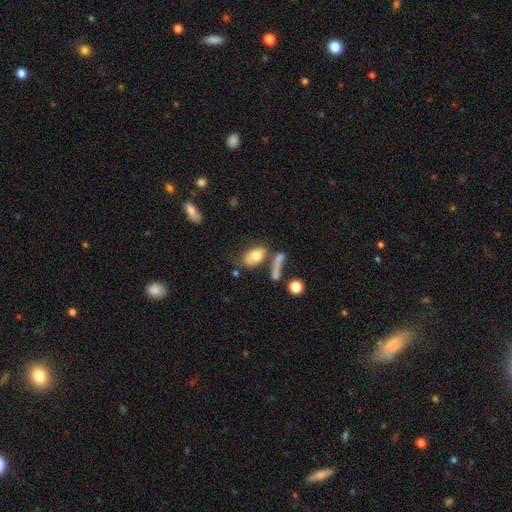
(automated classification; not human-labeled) Smooth or featured? Predicted: smooth (p=0.73). How rounded? Predicted: in between (p=0.88). Merging? Predicted: none (p=0.40).